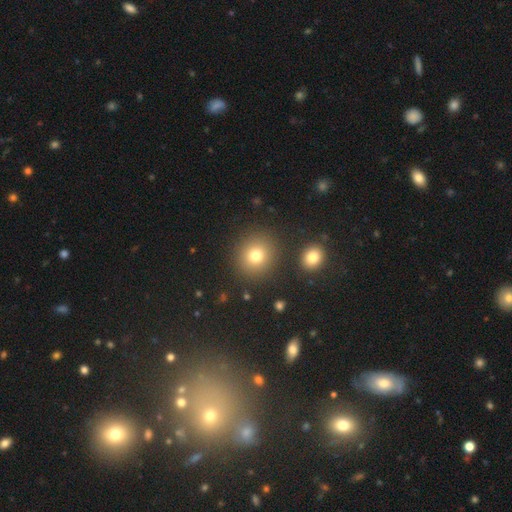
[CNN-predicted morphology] This is likely a smooth galaxy (77%). How rounded: clearly round (87%). Merging: clearly none (87%).